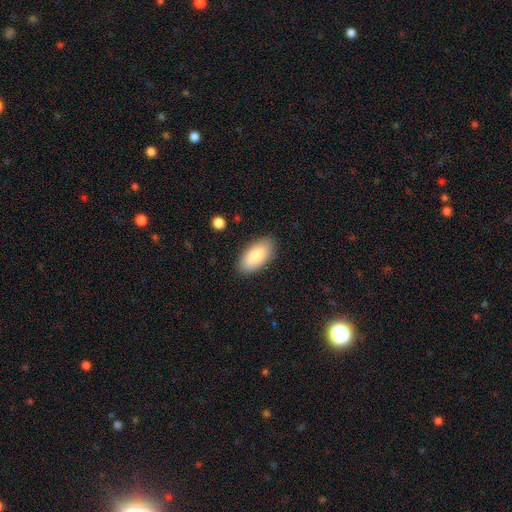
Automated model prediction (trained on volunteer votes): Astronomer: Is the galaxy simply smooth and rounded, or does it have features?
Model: smooth — 84%.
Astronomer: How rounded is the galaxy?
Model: in between — 93%.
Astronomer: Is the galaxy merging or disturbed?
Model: none — 87%.